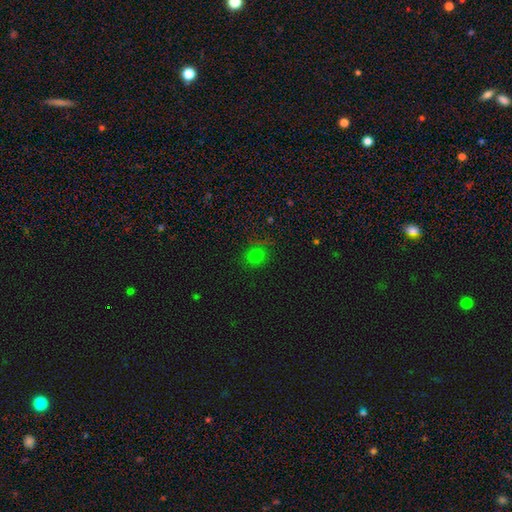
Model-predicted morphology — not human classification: This appears to be a smooth galaxy with no disk features (73%) that is round (76%). Merging: none (77%).